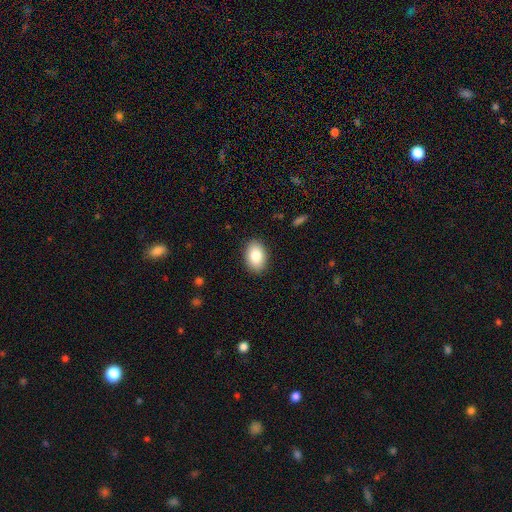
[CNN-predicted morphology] Smooth or featured? Predicted: smooth (p=0.85). How rounded? Predicted: in between (p=0.86). Merging? Predicted: none (p=0.88).